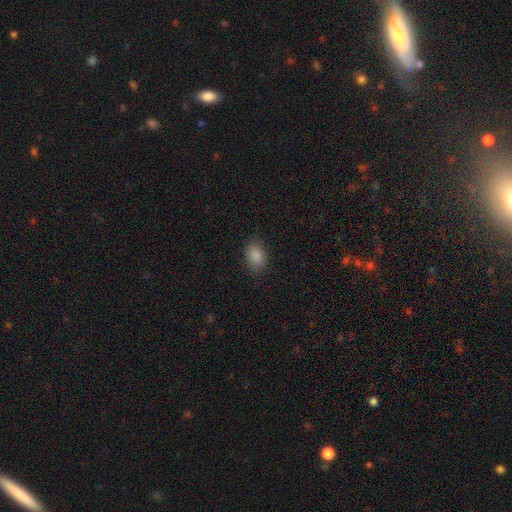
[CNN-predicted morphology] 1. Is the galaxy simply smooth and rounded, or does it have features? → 87% smooth, 9% star or artifact, 4% featured or disk.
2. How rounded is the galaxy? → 80% in between, 19% round, 1% cigar-shaped.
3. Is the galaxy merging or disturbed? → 83% none, 12% minor disturbance, 3% major disturbance, 1% merger.